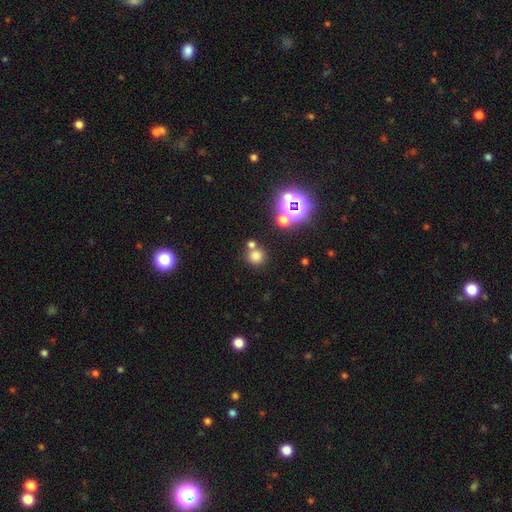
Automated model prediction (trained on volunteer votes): The model was most divided on "merging": none: 66%, merger: 22%, minor disturbance: 8%, major disturbance: 4%. More confident: how rounded — round (91%); smooth or featured — smooth (70%).